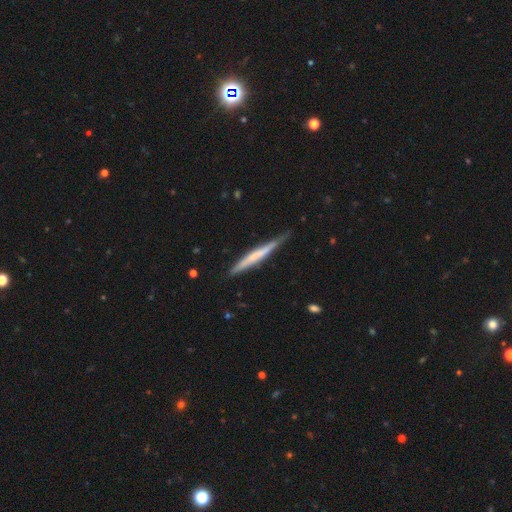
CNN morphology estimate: type=featured or disk (49%); merging=none (73%).